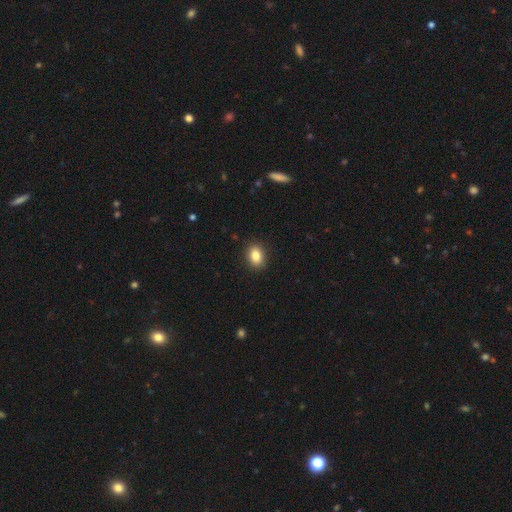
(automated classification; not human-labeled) smooth 85%, star or artifact 9%, featured or disk 6%. Down the decision tree: how rounded — in between (70%); merging — none (89%).